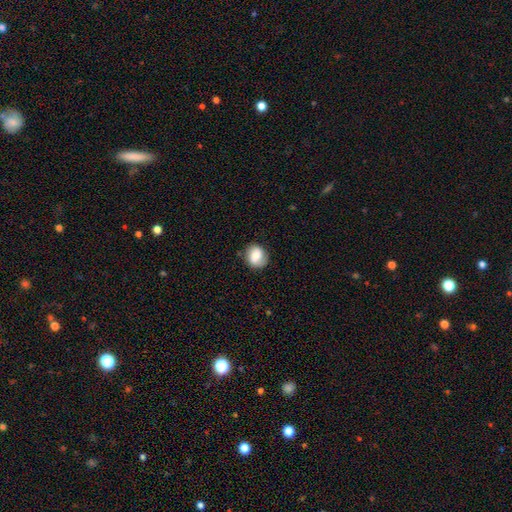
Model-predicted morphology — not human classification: smooth_or_featured: smooth (p=0.74) [alt: featured or disk p=0.17]
how_rounded: round (p=0.69) [alt: in between p=0.30]
merging: none (p=0.76) [alt: minor disturbance p=0.18]